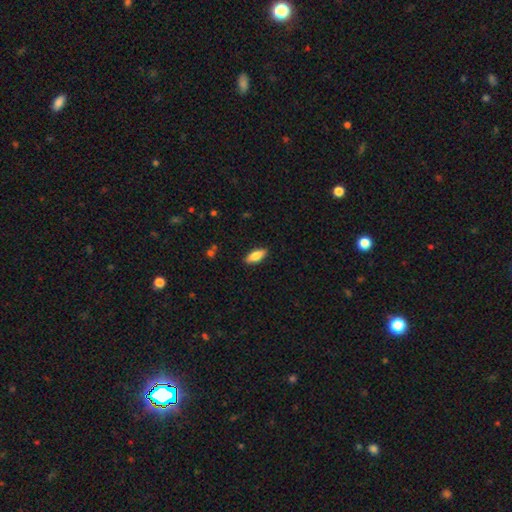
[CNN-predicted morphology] Smooth or featured?
  - smooth: 74% *
  - featured or disk: 19%
  - star or artifact: 6%
How rounded?
  - in between: 72% *
  - cigar-shaped: 26%
  - round: 2%
Merging?
  - none: 88% *
  - minor disturbance: 9%
  - major disturbance: 2%
  - merger: 1%